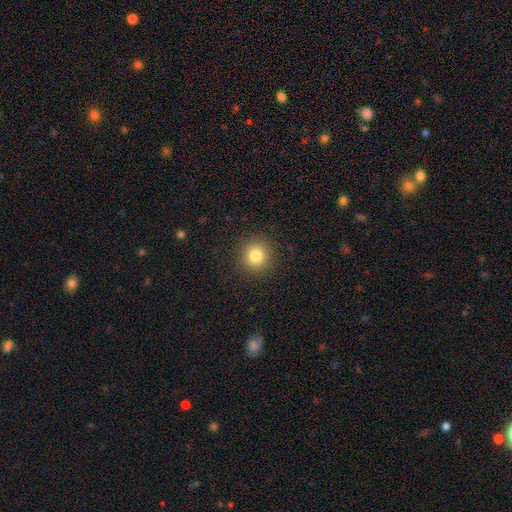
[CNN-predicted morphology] A smooth galaxy with no disk features (82%) that is round (92%).

Vote fractions:
- Smooth or featured? smooth: 82% / star or artifact: 12% / featured or disk: 6%
- How rounded? round: 92% / in between: 7% / cigar-shaped: 1%
- Merging? none: 90% / minor disturbance: 6% / major disturbance: 3% / merger: 1%